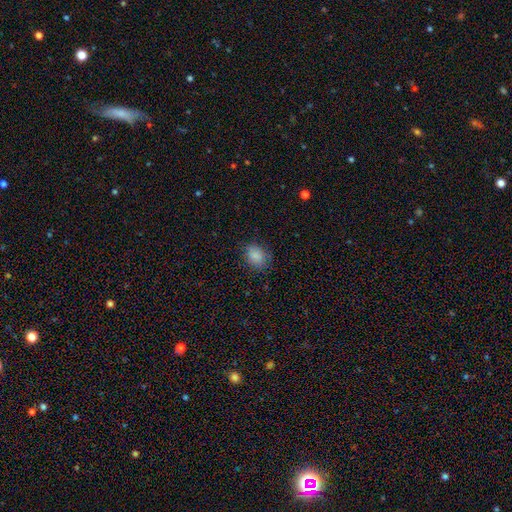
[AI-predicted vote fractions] A smooth galaxy with no disk features (86%) that is in between round and cigar-shaped (51%). Merging: none (81%).